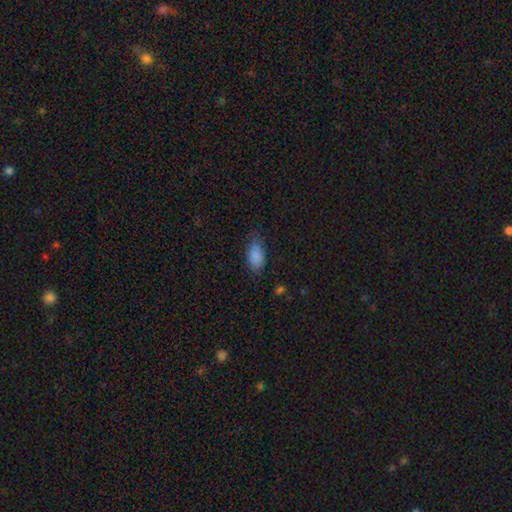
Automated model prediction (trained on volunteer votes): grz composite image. It shows a smooth galaxy with no disk features (86%) that is in between round and cigar-shaped (92%). Merging: none (74%).